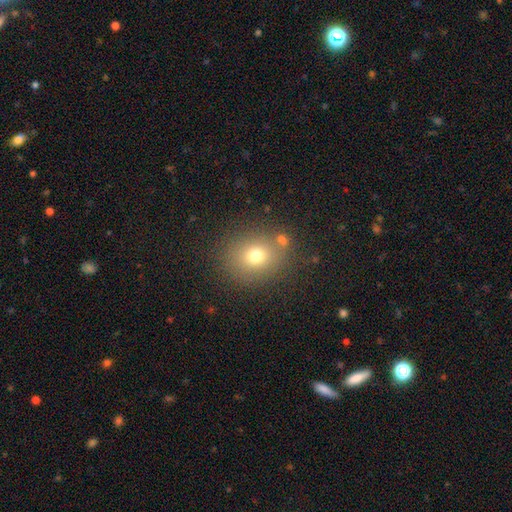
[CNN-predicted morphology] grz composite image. It shows a smooth galaxy with no disk features (72%) that is round (67%). Merging: none (77%).